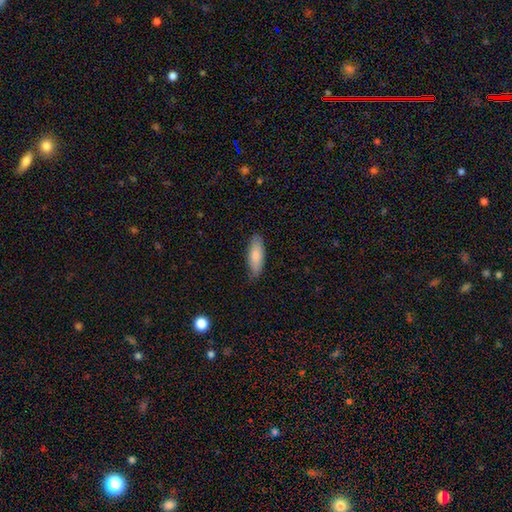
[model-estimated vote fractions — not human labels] Morphology: type=smooth (83%); roundness=in between (66%); merging=none (79%).